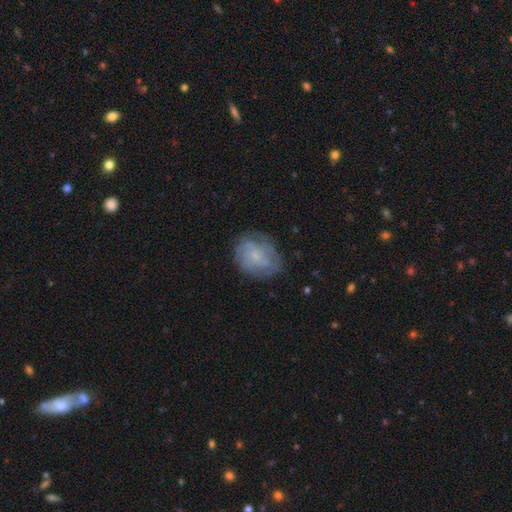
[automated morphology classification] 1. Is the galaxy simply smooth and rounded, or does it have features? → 52% featured or disk, 39% smooth, 9% star or artifact.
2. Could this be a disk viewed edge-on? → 97% no, 3% yes.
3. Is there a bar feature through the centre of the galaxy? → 79% no, 18% weak, 3% strong.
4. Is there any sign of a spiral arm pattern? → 67% yes, 33% no.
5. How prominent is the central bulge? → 69% small, 14% moderate, 14% none, 2% large, 1% dominant.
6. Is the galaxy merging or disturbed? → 68% none, 21% minor disturbance, 10% major disturbance, 1% merger.